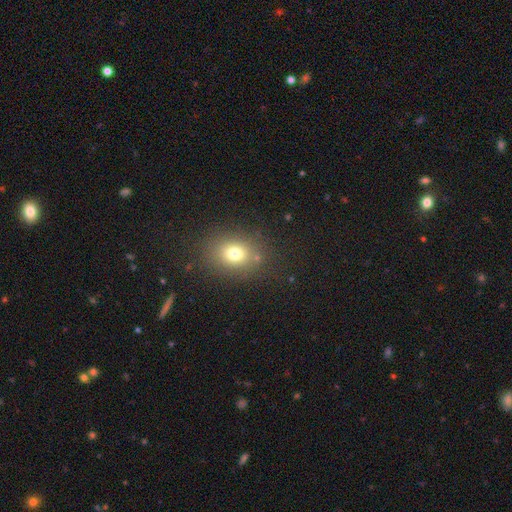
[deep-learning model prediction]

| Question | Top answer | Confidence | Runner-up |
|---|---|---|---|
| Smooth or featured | smooth | 69% | star or artifact (23%) |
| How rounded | in between | 57% | round (41%) |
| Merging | none | 89% | minor disturbance (7%) |